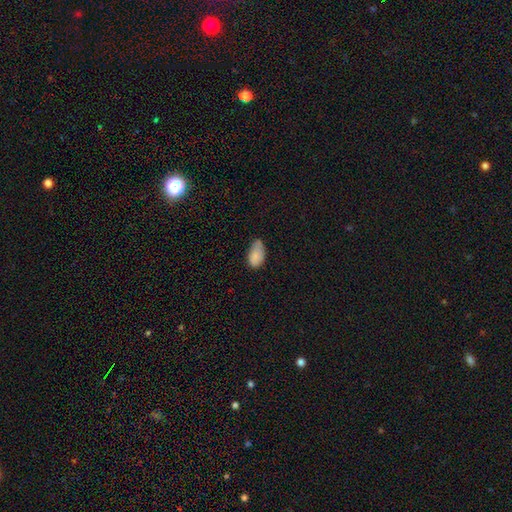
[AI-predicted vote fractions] Q: Smooth or featured?
A: smooth (84%); runner-up: featured or disk (8%)
Q: How rounded?
A: in between (94%); runner-up: round (4%)
Q: Merging?
A: none (43%); tied with: minor disturbance (43%)